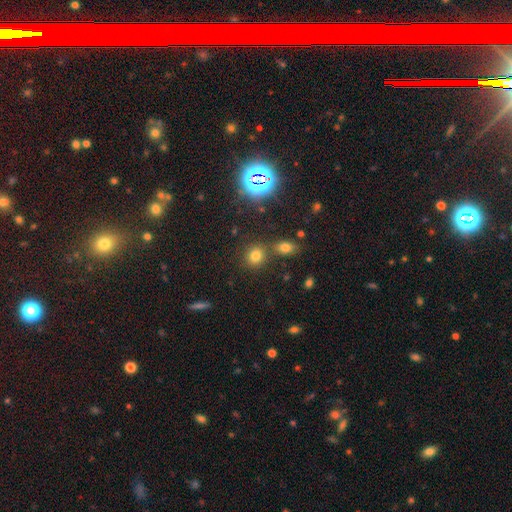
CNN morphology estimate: Smooth or featured?
  - smooth: 73% *
  - star or artifact: 19%
  - featured or disk: 7%
How rounded?
  - round: 77% *
  - in between: 22%
  - cigar-shaped: 1%
Merging?
  - none: 72% *
  - merger: 15%
  - minor disturbance: 9%
  - major disturbance: 4%